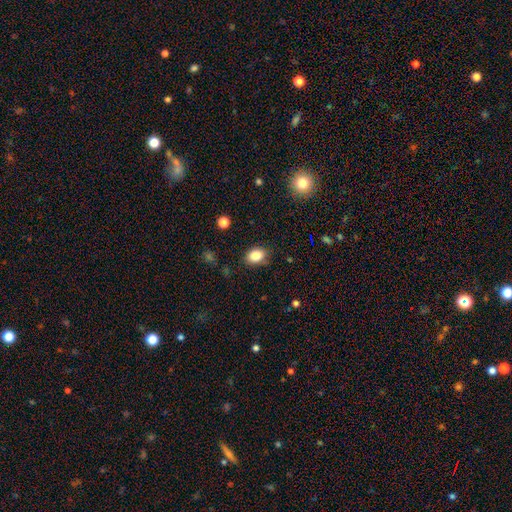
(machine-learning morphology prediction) smooth-or-featured: smooth: 84% | star or artifact: 9% | featured or disk: 6%
  how-rounded: in between: 73% | round: 26% | cigar-shaped: 1%
  merging: none: 83% | minor disturbance: 13% | major disturbance: 3% | merger: 1%